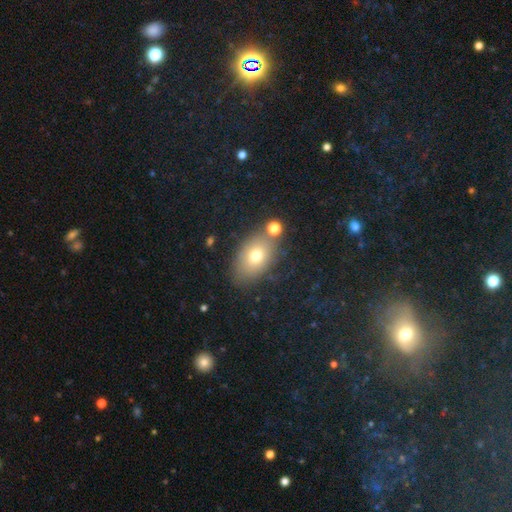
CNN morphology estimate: A smooth galaxy with no disk features (71%) that is in between round and cigar-shaped (82%).

Vote fractions:
- Smooth or featured? smooth: 71% / featured or disk: 17% / star or artifact: 12%
- How rounded? in between: 82% / round: 17% / cigar-shaped: 2%
- Merging? none: 70% / minor disturbance: 14% / merger: 11% / major disturbance: 5%